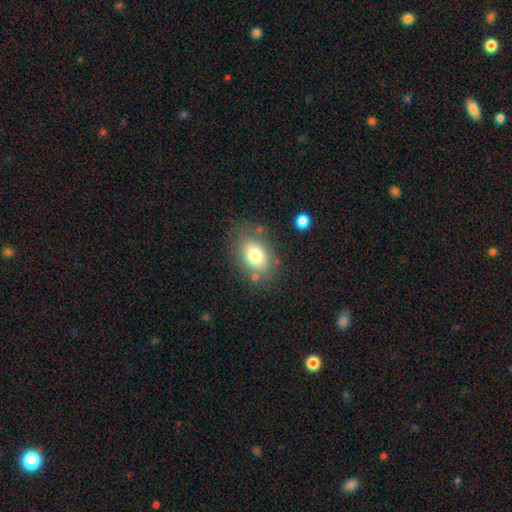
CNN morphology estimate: This is likely a smooth galaxy (73%). How rounded: likely in between (79%). Merging: likely none (75%).